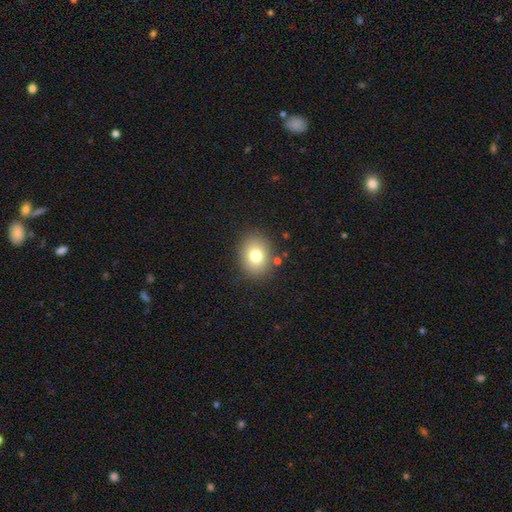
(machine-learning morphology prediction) A smooth galaxy with no disk features (77%) that is round (52%). Merging: none (85%).